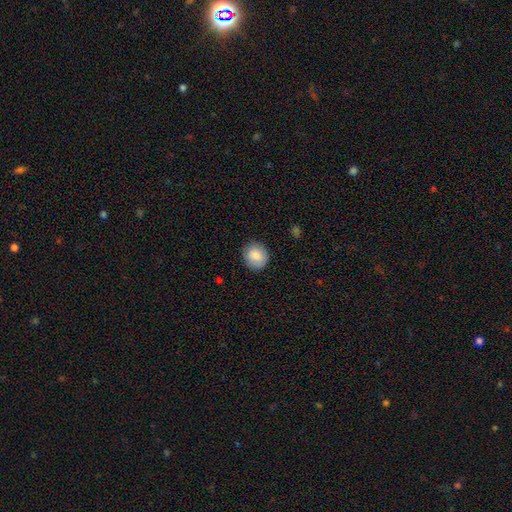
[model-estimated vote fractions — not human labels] smooth_or_featured: smooth (p=0.85) [alt: featured or disk p=0.08]
how_rounded: round (p=0.83) [alt: in between p=0.16]
merging: none (p=0.87) [alt: minor disturbance p=0.10]